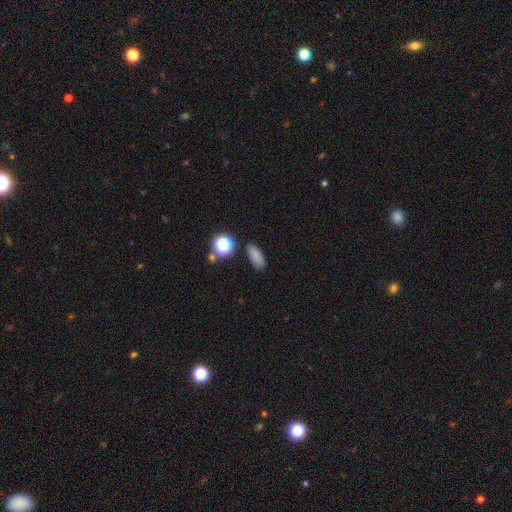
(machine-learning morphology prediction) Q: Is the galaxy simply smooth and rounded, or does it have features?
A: smooth — 80%.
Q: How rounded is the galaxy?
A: in between — 77%.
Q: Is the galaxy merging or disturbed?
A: none — 83%.